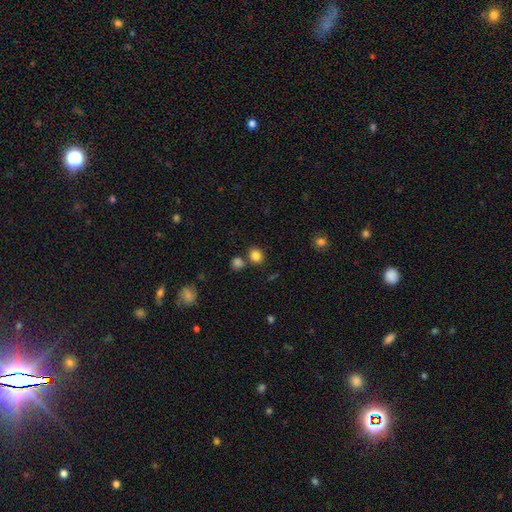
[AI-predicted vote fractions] Overall: smooth (83%). How rounded: round (67%; in between 32%). Merging: none (72%).